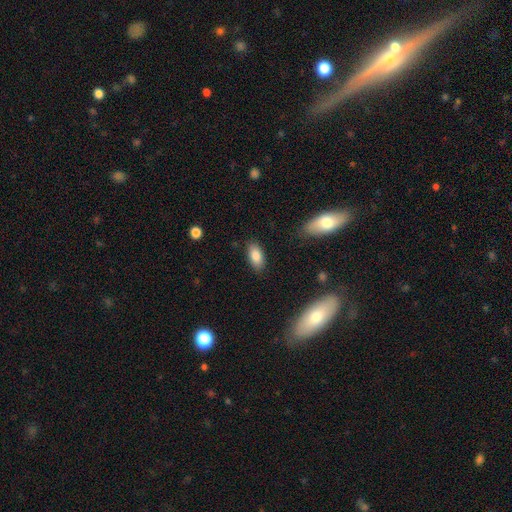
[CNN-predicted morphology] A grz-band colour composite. It shows a smooth galaxy with no disk features (84%) that is in between round and cigar-shaped (91%). Merging: none (85%).